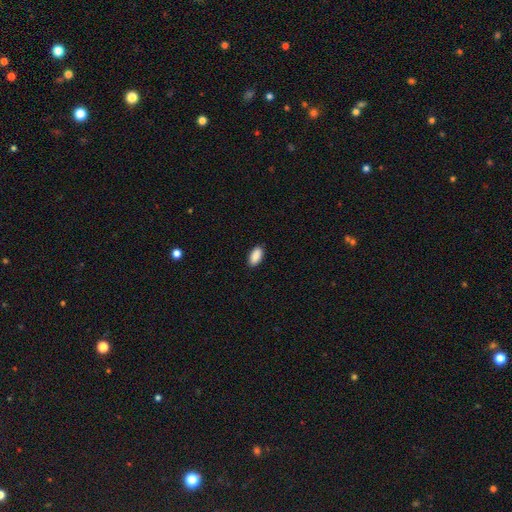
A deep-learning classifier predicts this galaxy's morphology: Overall: smooth (91%). How rounded: in between (93%). Merging: none (90%).